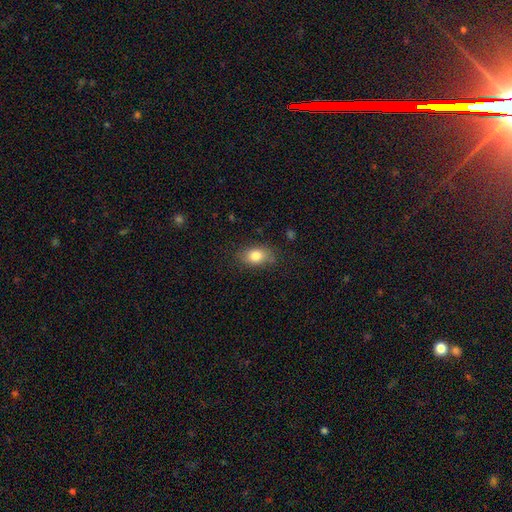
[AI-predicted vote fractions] Q: Smooth or featured?
A: smooth (82%); runner-up: featured or disk (10%)
Q: How rounded?
A: in between (83%); runner-up: round (15%)
Q: Merging?
A: none (79%); runner-up: minor disturbance (16%)